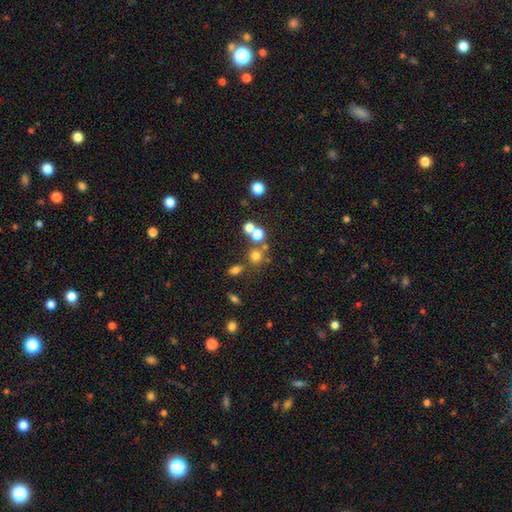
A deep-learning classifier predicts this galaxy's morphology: This is likely a smooth galaxy (68%). How rounded: clearly round (83%). Merging: possibly none (59%).